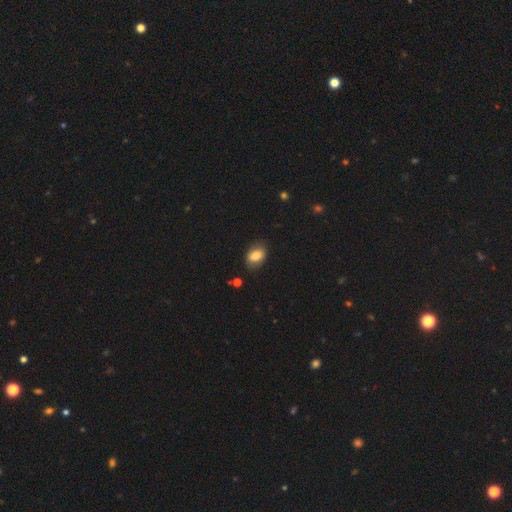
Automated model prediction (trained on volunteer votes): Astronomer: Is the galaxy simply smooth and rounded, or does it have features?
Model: smooth — 80%.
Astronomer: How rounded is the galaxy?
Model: in between — 81%.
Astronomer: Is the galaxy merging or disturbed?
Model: none — 81%.